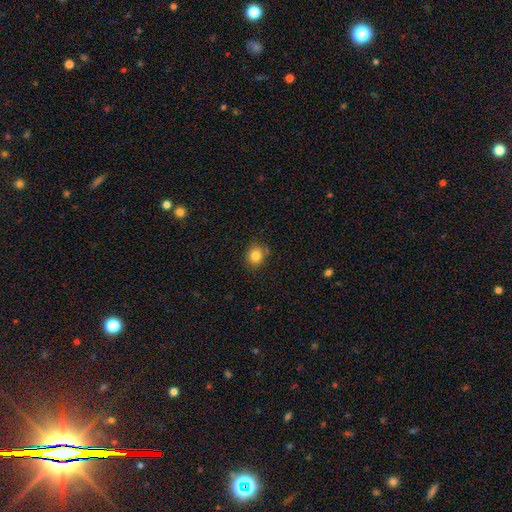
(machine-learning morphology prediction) The model was most divided on "how rounded": round: 78%, in between: 21%, cigar-shaped: 1%. More confident: smooth or featured — smooth (83%); merging — none (79%).